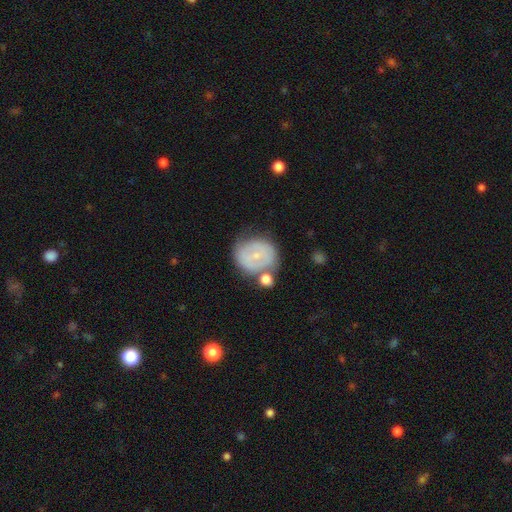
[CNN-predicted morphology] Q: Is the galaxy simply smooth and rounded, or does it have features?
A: smooth — 46%, tied with featured or disk.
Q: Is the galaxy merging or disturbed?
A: none — 56%.